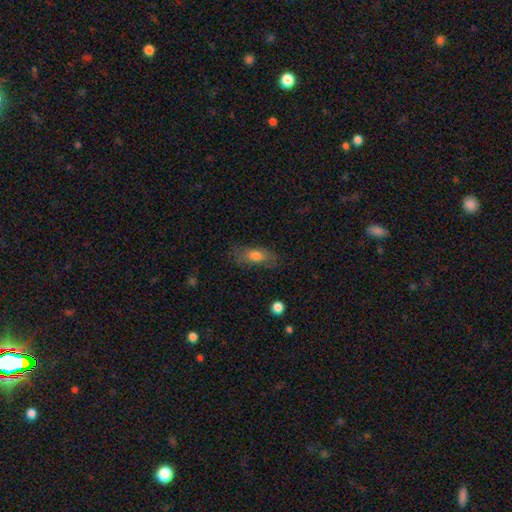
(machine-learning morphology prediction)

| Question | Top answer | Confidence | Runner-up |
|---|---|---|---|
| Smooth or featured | smooth | 71% | featured or disk (21%) |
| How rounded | in between | 70% | cigar-shaped (24%) |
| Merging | none | 71% | minor disturbance (19%) |